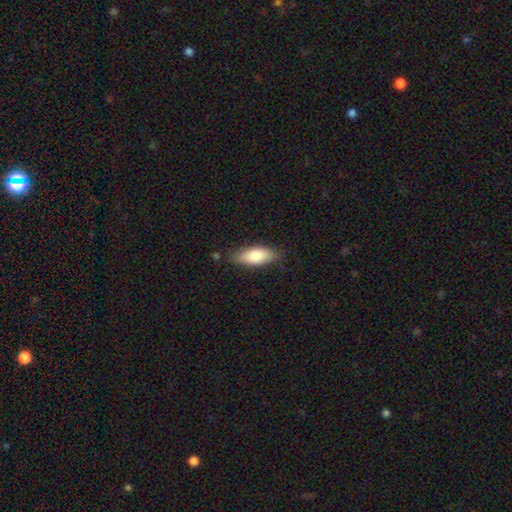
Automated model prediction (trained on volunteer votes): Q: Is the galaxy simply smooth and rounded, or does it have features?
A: smooth — 79%.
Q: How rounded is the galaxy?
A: in between — 77%.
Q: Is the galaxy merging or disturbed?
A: none — 79%.